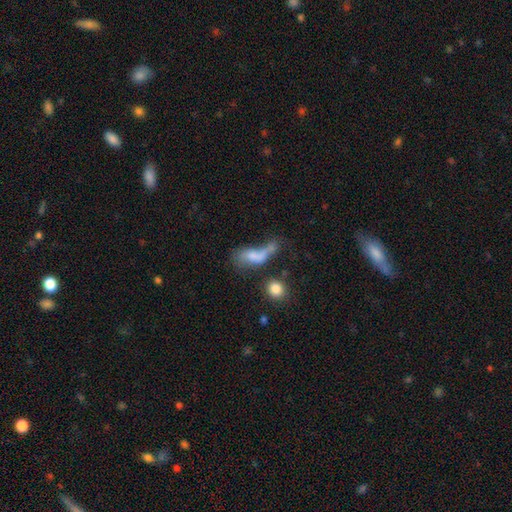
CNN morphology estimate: This appears to be a smooth galaxy with no disk features (57%) that is in between round and cigar-shaped (69%). Merging: merger (35%).